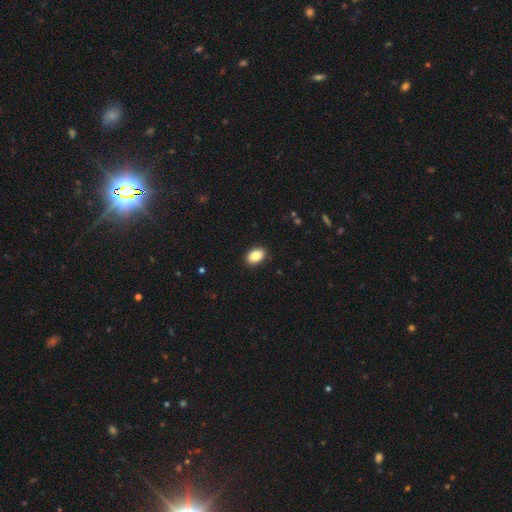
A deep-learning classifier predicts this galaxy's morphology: Q: Smooth or featured?
A: smooth (86%); runner-up: star or artifact (8%)
Q: How rounded?
A: in between (85%); runner-up: round (14%)
Q: Merging?
A: none (89%); runner-up: minor disturbance (8%)